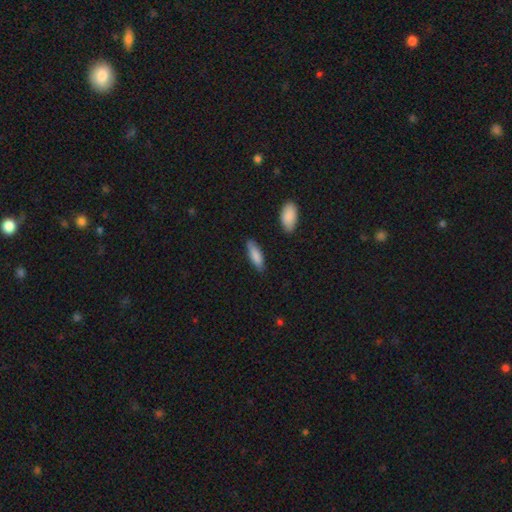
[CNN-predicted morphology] Overall: smooth (84%). How rounded: in between (53%; cigar-shaped 46%). Merging: none (82%).